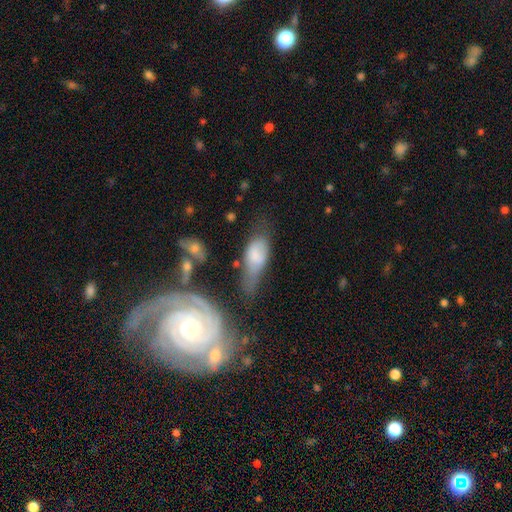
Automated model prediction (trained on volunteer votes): Smooth or featured? smooth (65%)
How rounded? in between (78%)
Merging? minor disturbance (33%)